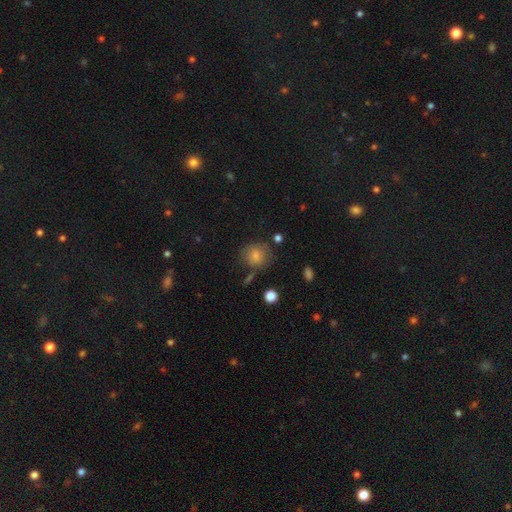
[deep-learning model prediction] Q: Smooth or featured?
A: smooth (80%); runner-up: star or artifact (10%)
Q: How rounded?
A: round (83%); runner-up: in between (16%)
Q: Merging?
A: none (68%); runner-up: minor disturbance (18%)